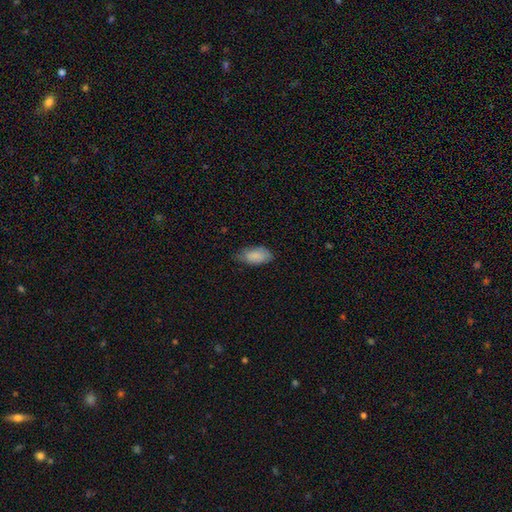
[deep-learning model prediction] The model was most divided on "merging": none: 62%, minor disturbance: 31%, major disturbance: 6%, merger: 1%. More confident: how rounded — in between (93%); smooth or featured — smooth (84%).